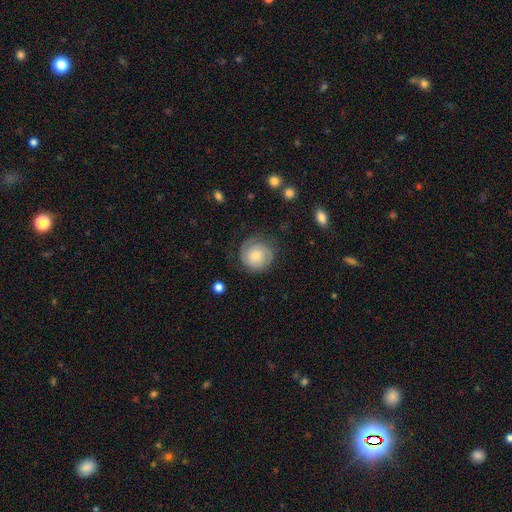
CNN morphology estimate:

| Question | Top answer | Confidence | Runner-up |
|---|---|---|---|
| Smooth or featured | featured or disk | 58% | smooth (34%) |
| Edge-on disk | no | 98% | yes (2%) |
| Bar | no | 77% | weak (19%) |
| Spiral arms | yes | 91% | no (9%) |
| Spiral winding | tight | 69% | medium (24%) |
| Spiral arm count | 2 | 61% | can't tell (20%) |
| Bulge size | small | 51% | moderate (35%) |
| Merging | none | 77% | minor disturbance (15%) |